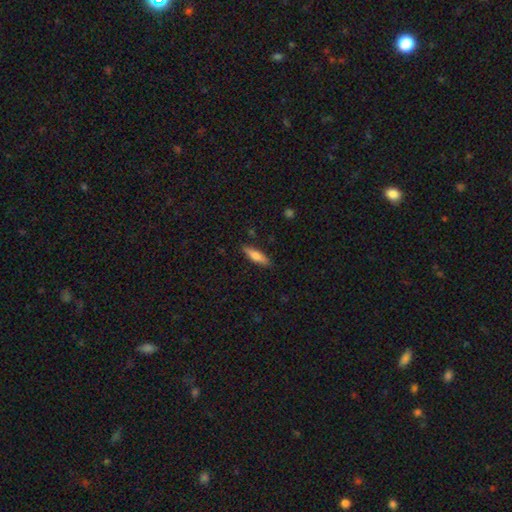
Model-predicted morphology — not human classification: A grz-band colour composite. It shows a smooth galaxy with no disk features (69%) that is cigar-shaped (63%). Merging: none (86%).